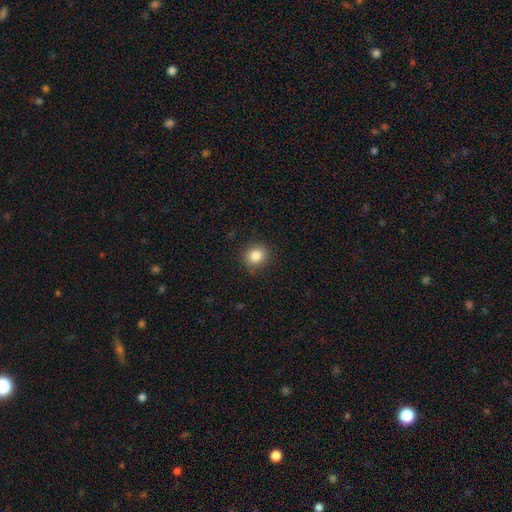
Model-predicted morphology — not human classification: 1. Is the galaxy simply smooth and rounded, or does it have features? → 84% smooth, 10% star or artifact, 6% featured or disk.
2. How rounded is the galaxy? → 80% round, 20% in between, 1% cigar-shaped.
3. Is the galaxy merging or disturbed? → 86% none, 10% minor disturbance, 3% major disturbance, 1% merger.